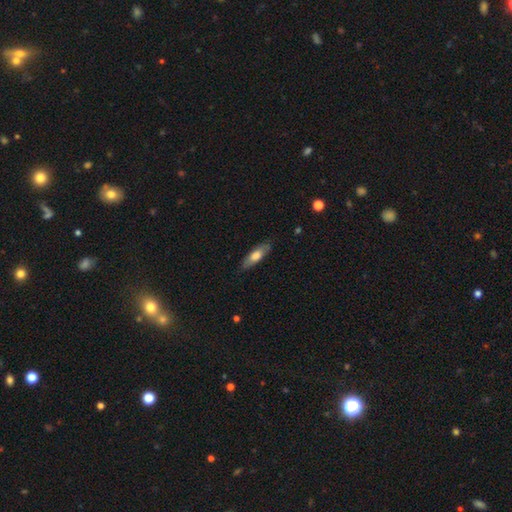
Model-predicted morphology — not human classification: The model was most divided on "how rounded": in between: 59%, cigar-shaped: 39%, round: 2%. More confident: merging — none (81%); smooth or featured — smooth (63%).